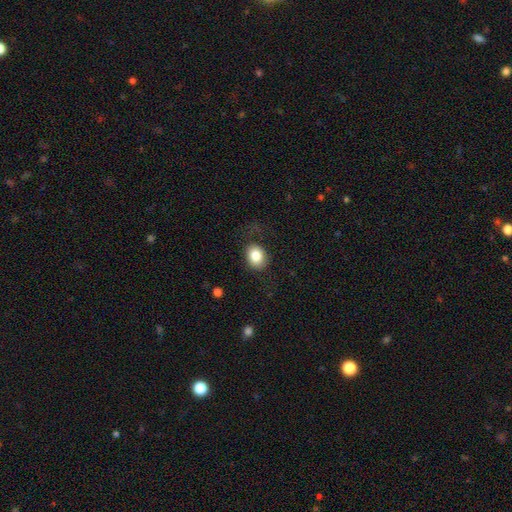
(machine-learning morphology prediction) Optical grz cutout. It shows a smooth galaxy with no disk features (83%) that is round (50%). Merging: none (76%).